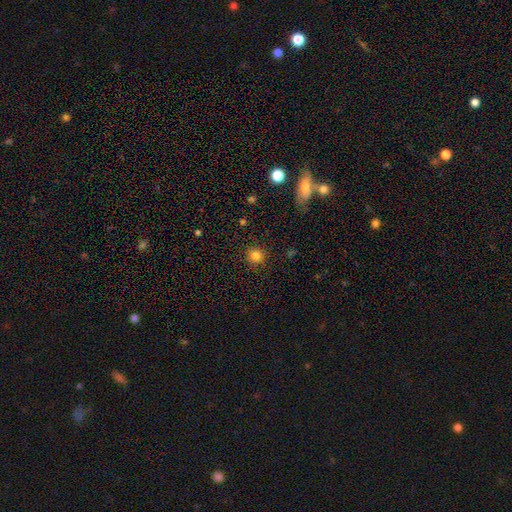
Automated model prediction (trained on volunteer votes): The model was most divided on "smooth or featured": smooth: 82%, star or artifact: 13%, featured or disk: 5%. More confident: how rounded — round (93%); merging — none (90%).